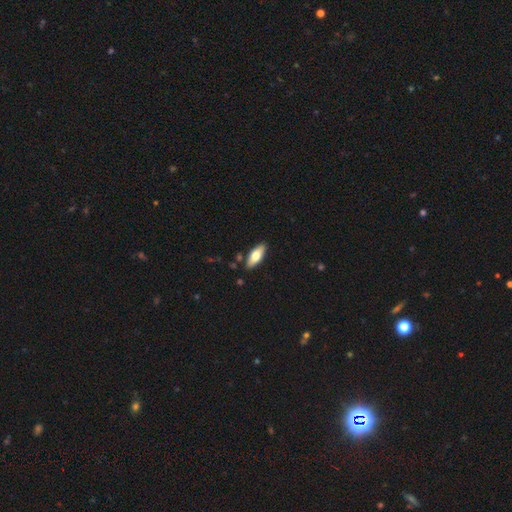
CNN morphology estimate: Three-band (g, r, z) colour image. It shows a smooth galaxy with no disk features (65%) that is in between round and cigar-shaped (70%). Merging: none (87%).